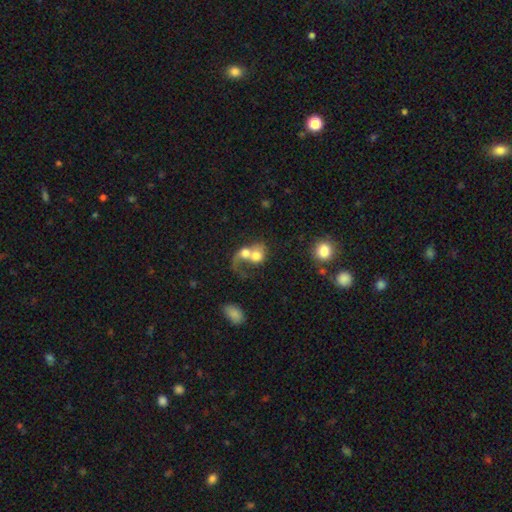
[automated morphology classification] smooth-or-featured: smooth: 54% | featured or disk: 37% | star or artifact: 10%
  how-rounded: round: 62% | in between: 36% | cigar-shaped: 1%
  merging: merger: 72% | major disturbance: 13% | none: 10% | minor disturbance: 5%